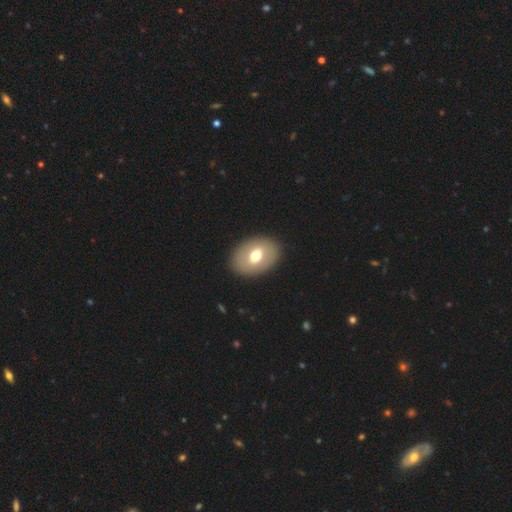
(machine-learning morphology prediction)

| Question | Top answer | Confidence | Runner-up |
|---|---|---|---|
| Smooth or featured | smooth | 61% | featured or disk (32%) |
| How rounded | in between | 78% | round (21%) |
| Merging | none | 89% | minor disturbance (7%) |